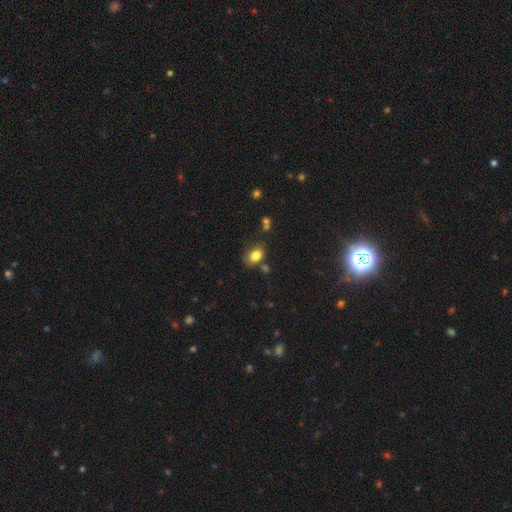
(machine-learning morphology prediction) The model was most divided on "merging": none: 62%, minor disturbance: 22%, merger: 9%, major disturbance: 6%. More confident: smooth or featured — smooth (81%); how rounded — in between (74%).